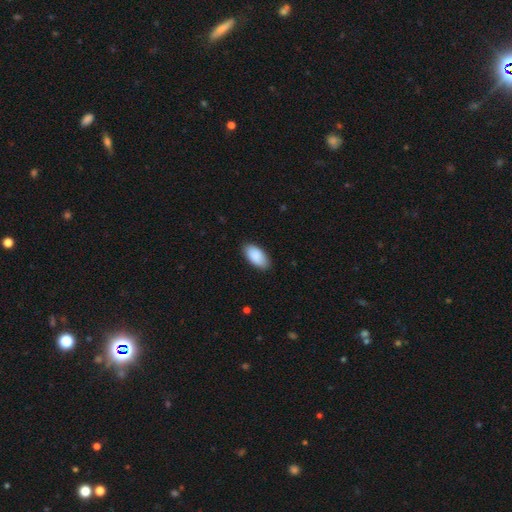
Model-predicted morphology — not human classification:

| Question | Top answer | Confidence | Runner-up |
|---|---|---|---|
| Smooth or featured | smooth | 90% | star or artifact (6%) |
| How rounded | in between | 95% | cigar-shaped (3%) |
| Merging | none | 87% | minor disturbance (10%) |